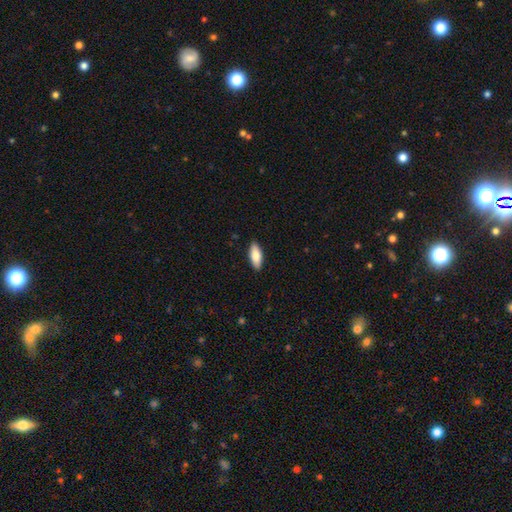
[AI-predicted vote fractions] Smooth or featured: smooth — 82% (featured or disk — 13%)
How rounded: in between — 79% (cigar-shaped — 19%)
Merging: none — 90% (minor disturbance — 8%)